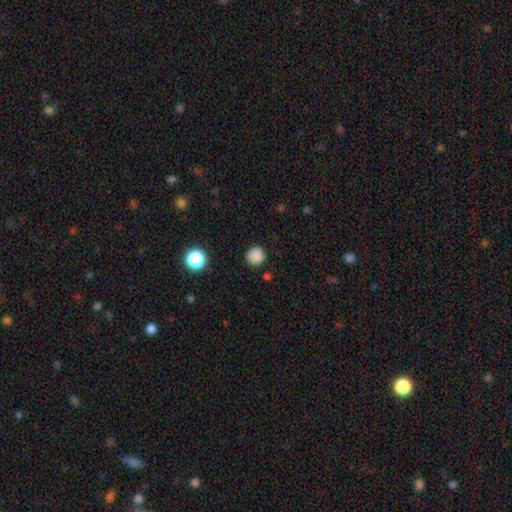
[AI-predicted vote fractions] Smooth or featured? smooth (86%)
How rounded? round (94%)
Merging? none (90%)